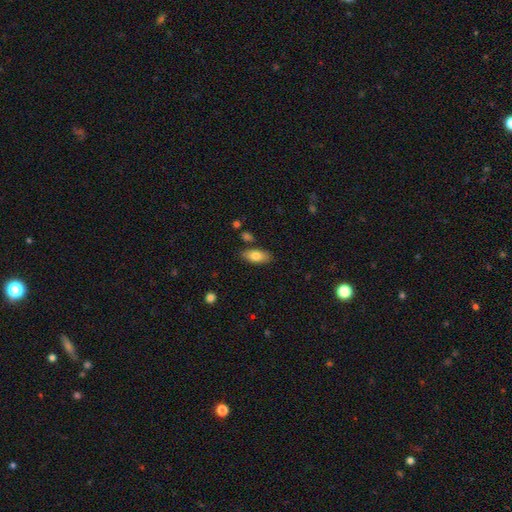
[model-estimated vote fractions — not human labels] Morphology: type=smooth (79%); roundness=in between (84%); merging=none (80%).